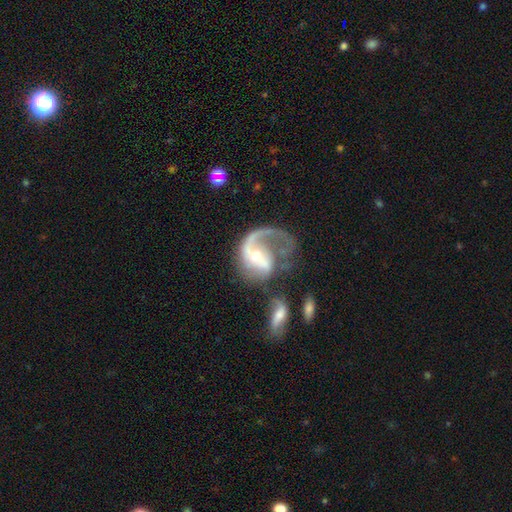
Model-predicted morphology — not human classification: A featured or disk galaxy (82%) with a weak bar (39%), 1 (61%) loose (53%) spiral arms (91%) and a moderate central bulge (51%). Merging: major disturbance (36%).